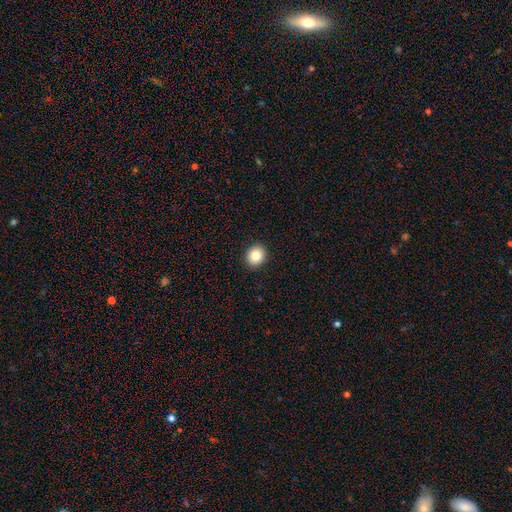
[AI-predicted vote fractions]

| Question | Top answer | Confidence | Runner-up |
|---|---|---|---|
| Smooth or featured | smooth | 84% | star or artifact (10%) |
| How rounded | round | 73% | in between (26%) |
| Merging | none | 92% | minor disturbance (5%) |